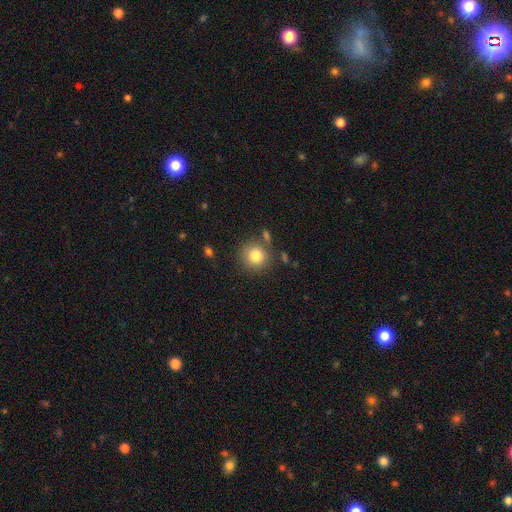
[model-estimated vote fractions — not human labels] Smooth or featured? Predicted: smooth (p=0.81). How rounded? Predicted: round (p=0.91). Merging? Predicted: none (p=0.79).